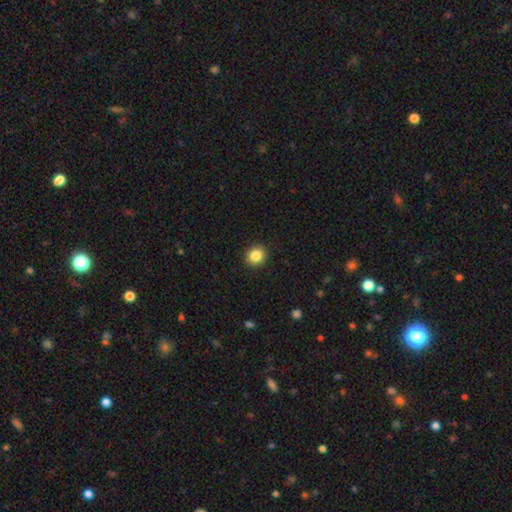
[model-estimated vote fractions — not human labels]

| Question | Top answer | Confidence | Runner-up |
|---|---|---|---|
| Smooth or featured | smooth | 86% | star or artifact (10%) |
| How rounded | round | 84% | in between (15%) |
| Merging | none | 92% | minor disturbance (5%) |